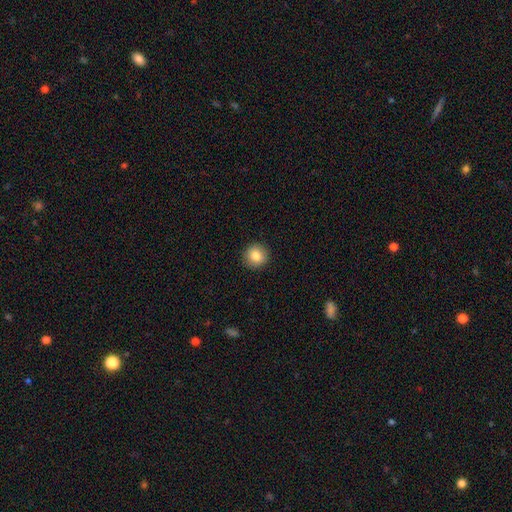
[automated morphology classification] Smooth or featured? Predicted: smooth (p=0.84). How rounded? Predicted: round (p=0.93). Merging? Predicted: none (p=0.92).